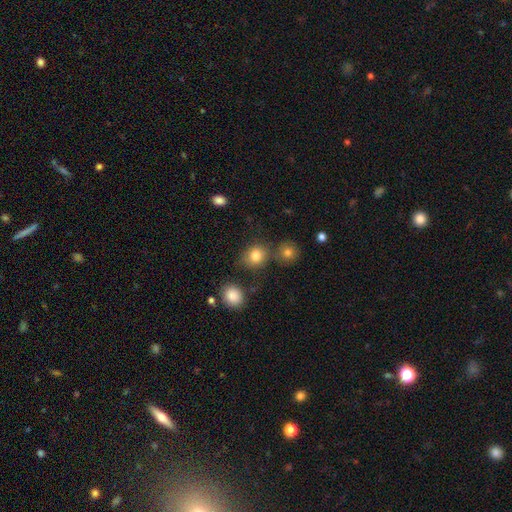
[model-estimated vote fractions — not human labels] smooth_or_featured: smooth (p=0.81) [alt: star or artifact p=0.12]
how_rounded: round (p=0.74) [alt: in between p=0.25]
merging: none (p=0.67) [alt: minor disturbance p=0.14]